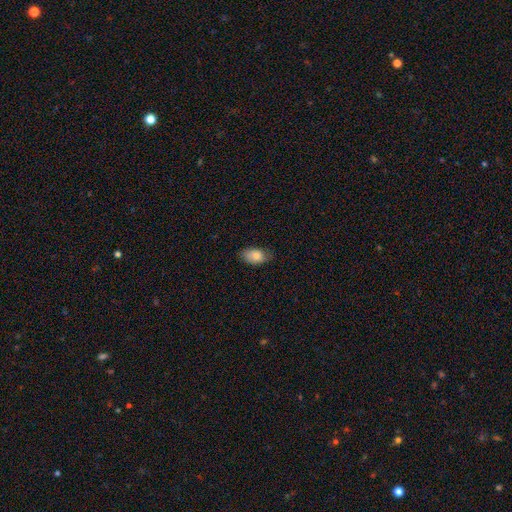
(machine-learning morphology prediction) A smooth galaxy with no disk features (81%) that is in between round and cigar-shaped (91%).

Vote fractions:
- Smooth or featured? smooth: 81% / featured or disk: 12% / star or artifact: 7%
- How rounded? in between: 91% / round: 7% / cigar-shaped: 2%
- Merging? none: 73% / minor disturbance: 22% / major disturbance: 4% / merger: 1%